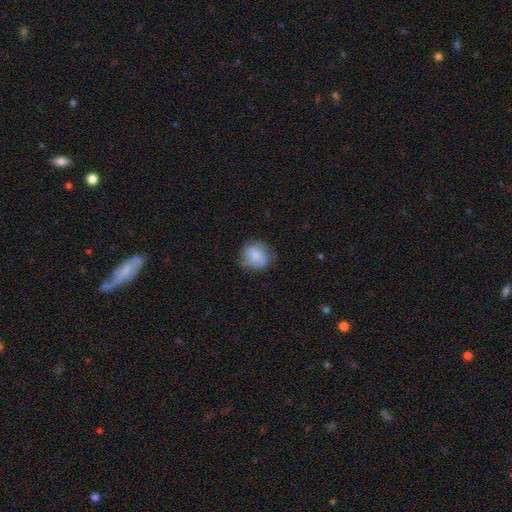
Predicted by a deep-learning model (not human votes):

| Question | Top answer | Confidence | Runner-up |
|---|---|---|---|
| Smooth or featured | smooth | 77% | featured or disk (16%) |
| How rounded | round | 78% | in between (21%) |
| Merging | none | 72% | minor disturbance (21%) |